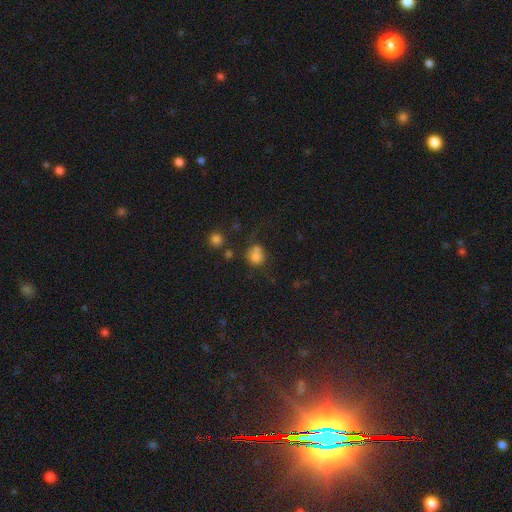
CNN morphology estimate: Smooth or featured?
  - smooth: 76% *
  - star or artifact: 13%
  - featured or disk: 11%
How rounded?
  - round: 80% *
  - in between: 19%
  - cigar-shaped: 1%
Merging?
  - none: 44% *
  - merger: 33%
  - minor disturbance: 15%
  - major disturbance: 8%